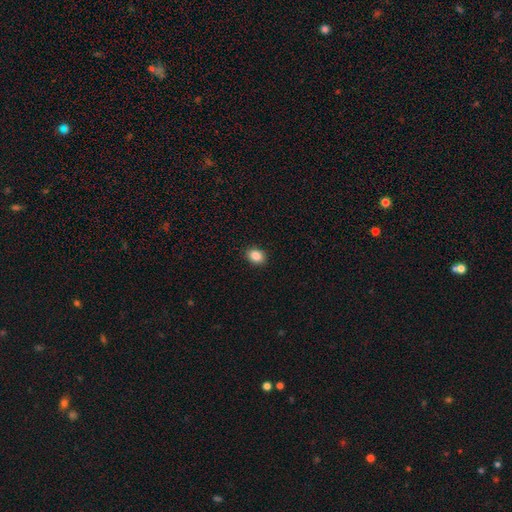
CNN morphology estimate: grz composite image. It shows a smooth galaxy with no disk features (87%) that is in between round and cigar-shaped (58%). Merging: none (91%).